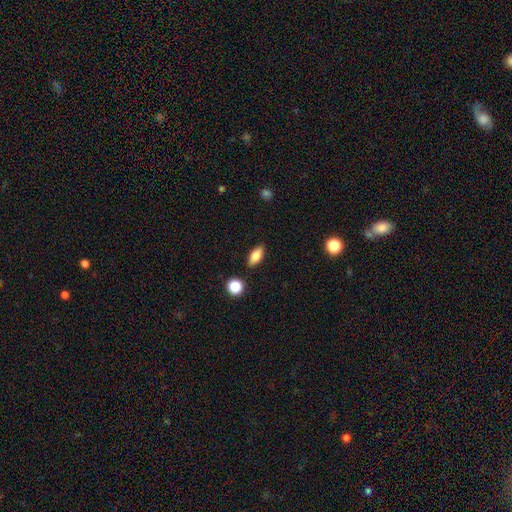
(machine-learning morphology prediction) This appears to be a smooth galaxy with no disk features (80%) that is in between round and cigar-shaped (82%). Merging: none (87%).